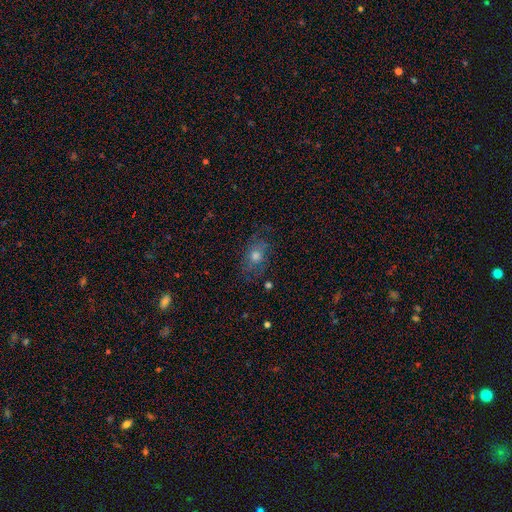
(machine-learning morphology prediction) This appears to be a smooth galaxy with no disk features (55%) that is in between round and cigar-shaped (65%). Merging: none (73%).